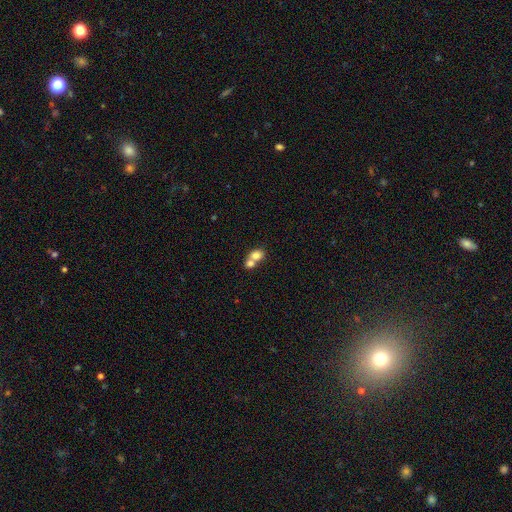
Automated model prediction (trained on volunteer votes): smooth 77%, featured or disk 14%, star or artifact 9%. Down the decision tree: how rounded — round (55%); merging — merger (66%).